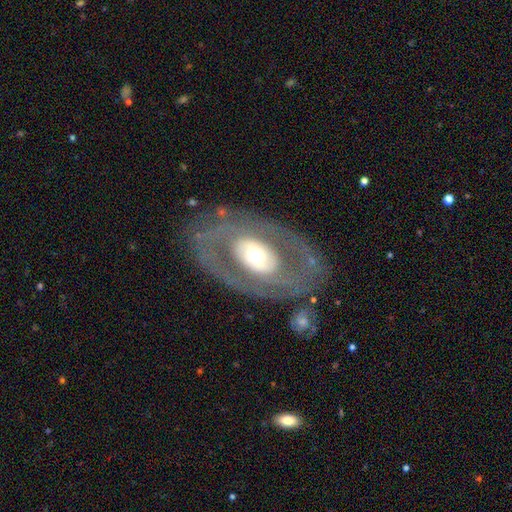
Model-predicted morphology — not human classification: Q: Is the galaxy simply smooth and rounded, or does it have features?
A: featured or disk — 72%.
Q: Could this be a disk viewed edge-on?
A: no — 92%.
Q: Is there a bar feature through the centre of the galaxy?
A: no — 70%.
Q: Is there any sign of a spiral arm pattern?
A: no — 64%.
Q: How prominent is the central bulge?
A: moderate — 60%.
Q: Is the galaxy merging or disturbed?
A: none — 77%.